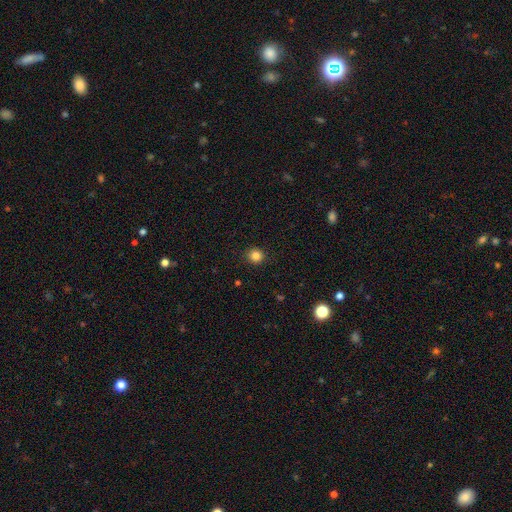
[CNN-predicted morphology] Smooth or featured: smooth — 84% (star or artifact — 12%)
How rounded: round — 91% (in between — 8%)
Merging: none — 91% (minor disturbance — 6%)